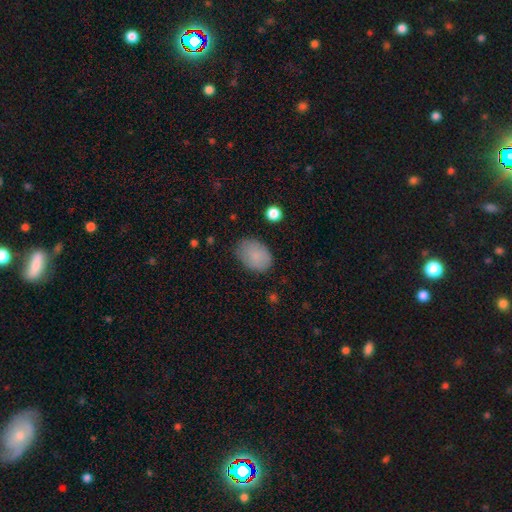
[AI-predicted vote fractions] A smooth galaxy with no disk features (85%) that is in between round and cigar-shaped (81%).

Vote fractions:
- Smooth or featured? smooth: 85% / featured or disk: 8% / star or artifact: 7%
- How rounded? in between: 81% / round: 18% / cigar-shaped: 1%
- Merging? none: 78% / minor disturbance: 17% / major disturbance: 4% / merger: 1%